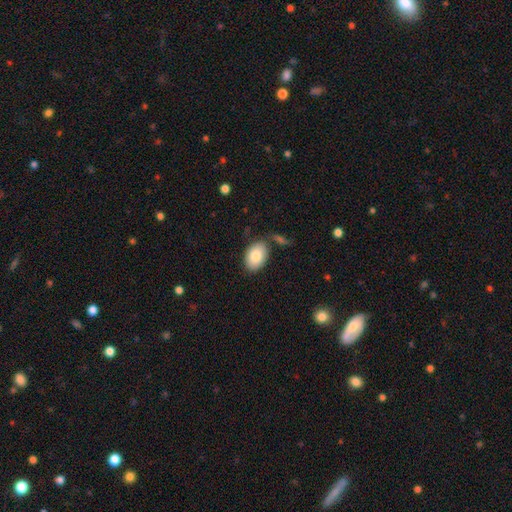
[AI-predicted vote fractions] Morphology: type=smooth (85%); roundness=in between (90%); merging=none (75%).